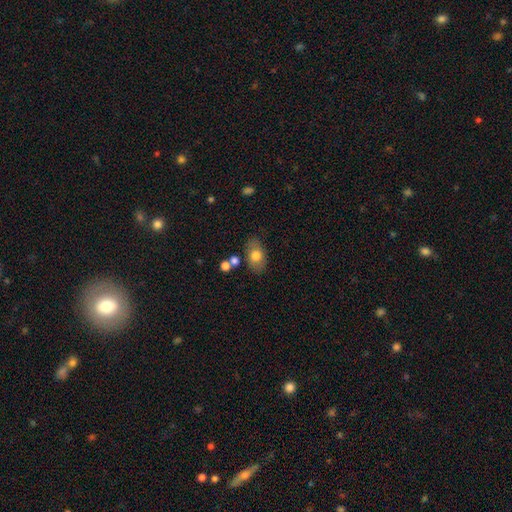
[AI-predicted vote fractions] This appears to be a smooth galaxy with no disk features (73%) that is in between round and cigar-shaped (86%). Merging: none (75%).